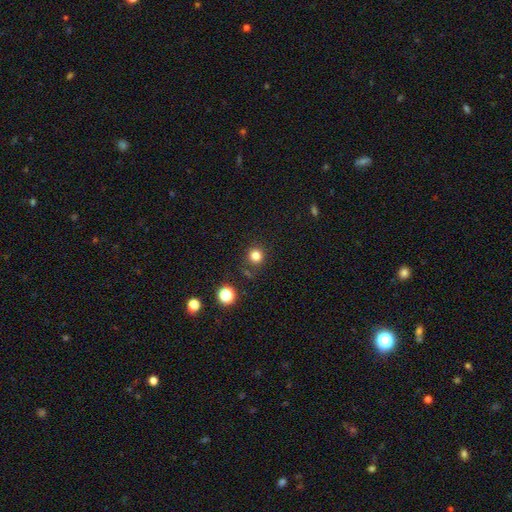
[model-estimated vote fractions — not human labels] smooth_or_featured: smooth (p=0.81) [alt: star or artifact p=0.14]
how_rounded: round (p=0.93) [alt: in between p=0.06]
merging: none (p=0.84) [alt: minor disturbance p=0.09]